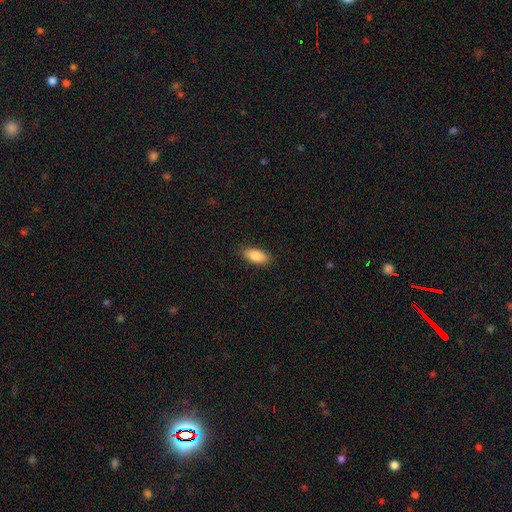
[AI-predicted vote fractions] smooth-or-featured: smooth: 88% | star or artifact: 6% | featured or disk: 6%
  how-rounded: in between: 88% | cigar-shaped: 9% | round: 2%
  merging: none: 87% | minor disturbance: 10% | major disturbance: 2% | merger: 1%